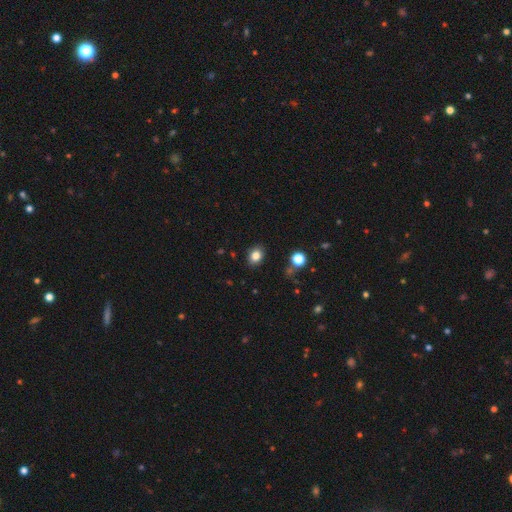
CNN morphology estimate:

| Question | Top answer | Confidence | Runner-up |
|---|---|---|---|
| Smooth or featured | smooth | 83% | star or artifact (11%) |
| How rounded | in between | 56% | round (43%) |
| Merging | none | 86% | minor disturbance (10%) |